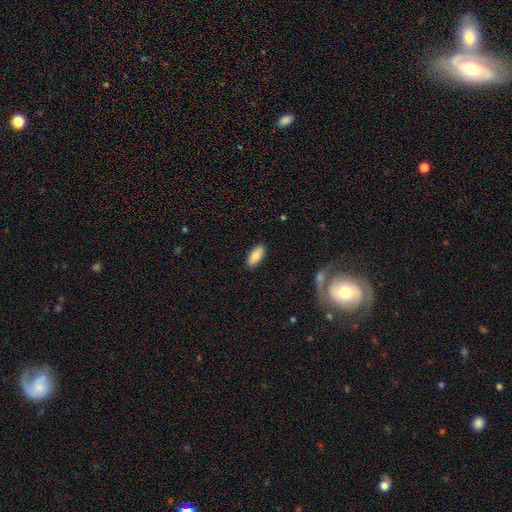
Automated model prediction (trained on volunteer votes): smooth_or_featured: smooth (p=0.84) [alt: featured or disk p=0.10]
how_rounded: in between (p=0.89) [alt: cigar-shaped p=0.09]
merging: none (p=0.89) [alt: minor disturbance p=0.08]